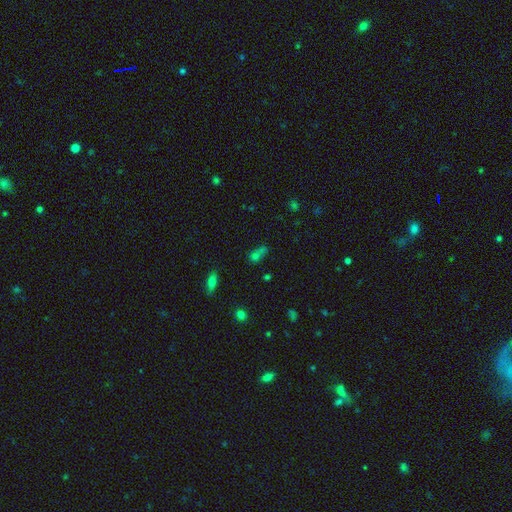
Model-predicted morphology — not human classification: Smooth or featured: smooth — 61% (star or artifact — 26%)
How rounded: in between — 60% (round — 32%)
Merging: none — 45% (merger — 24%)